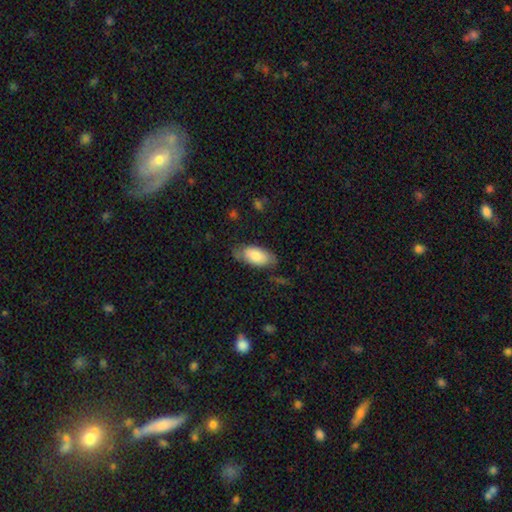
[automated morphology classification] A smooth galaxy with no disk features (77%) that is in between round and cigar-shaped (92%).

Vote fractions:
- Smooth or featured? smooth: 77% / featured or disk: 17% / star or artifact: 6%
- How rounded? in between: 92% / cigar-shaped: 6% / round: 2%
- Merging? none: 66% / minor disturbance: 25% / major disturbance: 8% / merger: 2%